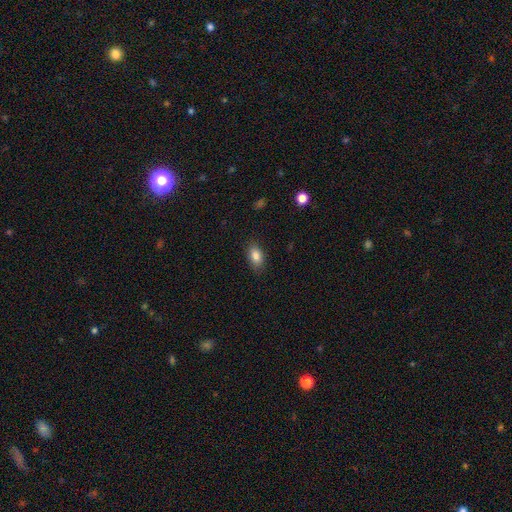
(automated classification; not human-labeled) This appears to be a smooth galaxy with no disk features (85%) that is in between round and cigar-shaped (88%). Merging: none (84%).